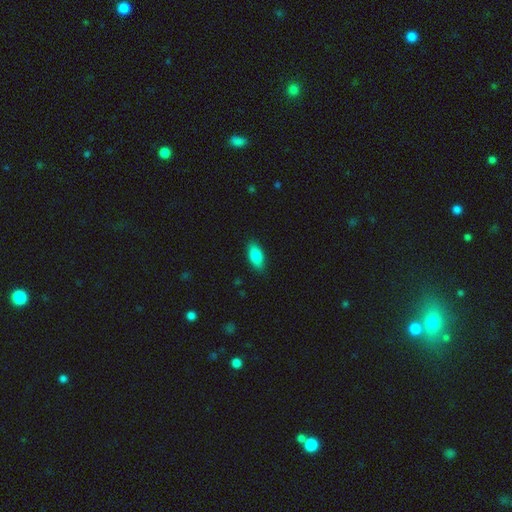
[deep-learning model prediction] smooth-or-featured: smooth: 83% | featured or disk: 10% | star or artifact: 7%
  how-rounded: in between: 87% | cigar-shaped: 11% | round: 3%
  merging: none: 86% | minor disturbance: 11% | major disturbance: 2% | merger: 1%